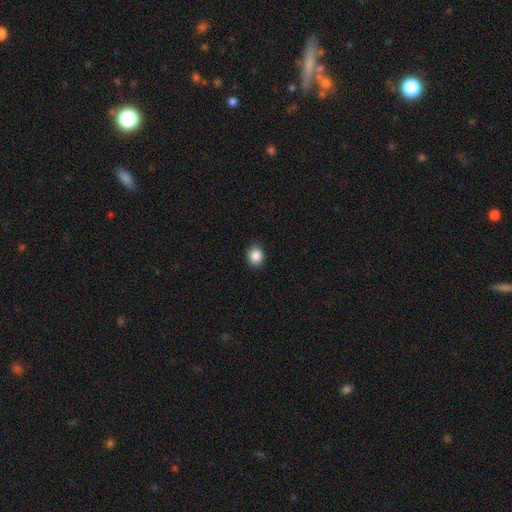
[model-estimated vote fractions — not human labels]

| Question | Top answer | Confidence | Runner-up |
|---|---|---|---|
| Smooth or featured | smooth | 87% | star or artifact (9%) |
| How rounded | round | 64% | in between (35%) |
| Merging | none | 88% | minor disturbance (9%) |